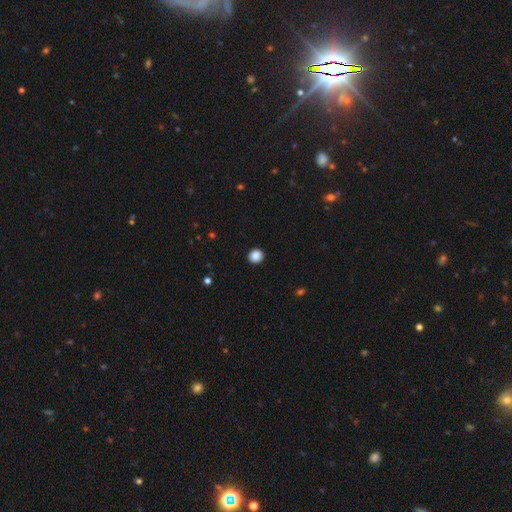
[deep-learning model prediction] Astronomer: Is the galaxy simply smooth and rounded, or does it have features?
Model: smooth — 87%.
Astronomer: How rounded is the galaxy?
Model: round — 89%.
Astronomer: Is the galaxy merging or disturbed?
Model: none — 93%.